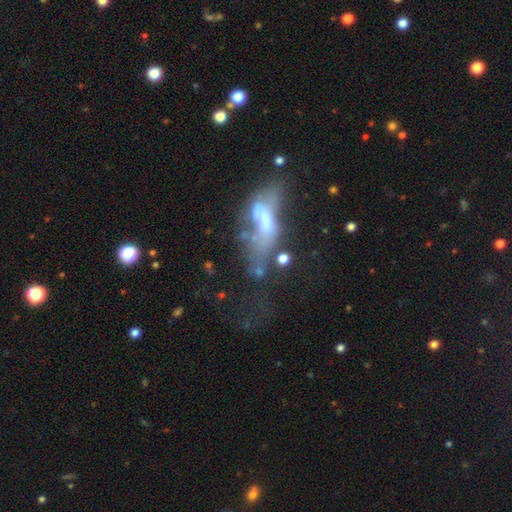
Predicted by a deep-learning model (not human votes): smooth_or_featured: featured or disk (p=0.51) [alt: smooth p=0.27]
disk_edge_on: no (p=0.78) [alt: yes p=0.22]
merging: major disturbance (p=0.41) [alt: none p=0.29]